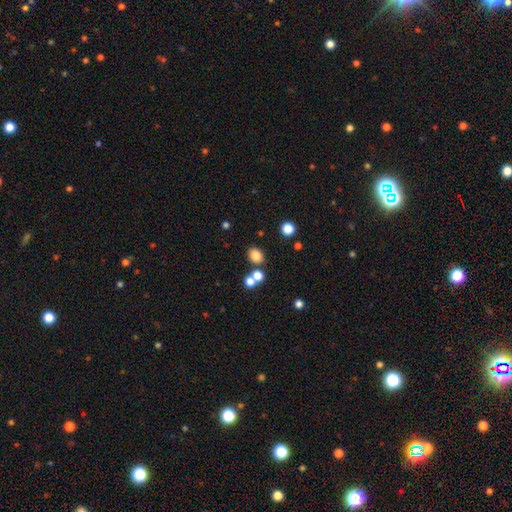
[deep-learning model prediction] The model was most divided on "how rounded": round: 54%, in between: 45%, cigar-shaped: 1%. More confident: smooth or featured — smooth (80%); merging — none (72%).